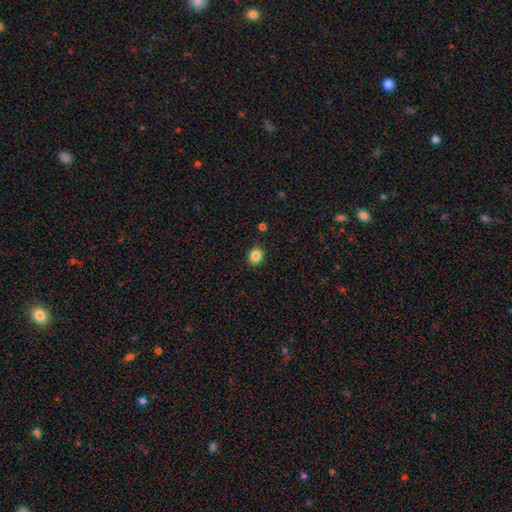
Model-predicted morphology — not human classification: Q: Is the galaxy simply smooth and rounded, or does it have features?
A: smooth — 84%.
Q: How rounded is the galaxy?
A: round — 60%.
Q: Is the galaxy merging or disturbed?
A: none — 89%.